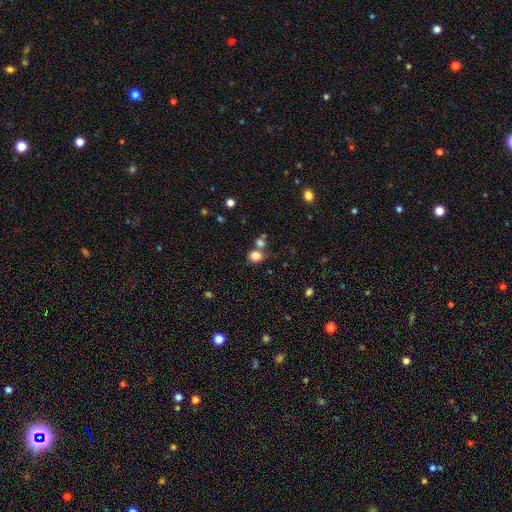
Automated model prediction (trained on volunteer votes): This is clearly a smooth galaxy (83%). How rounded: likely round (66%). Merging: possibly none (57%).